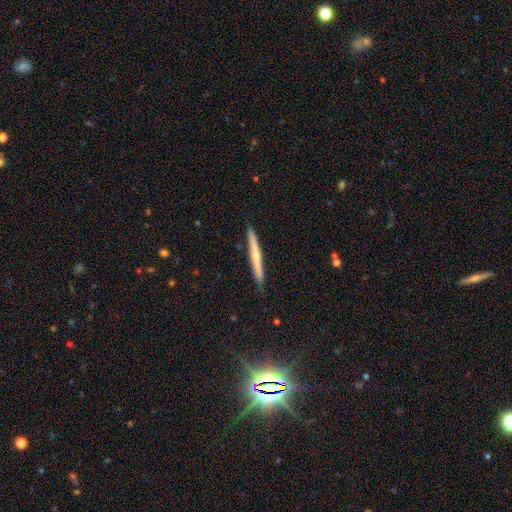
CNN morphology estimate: Smooth or featured: featured or disk — 52% (smooth — 42%)
Edge-on disk: yes — 97% (no — 3%)
Edge-on bulge: rounded — 54% (none — 43%)
Merging: none — 88% (minor disturbance — 9%)